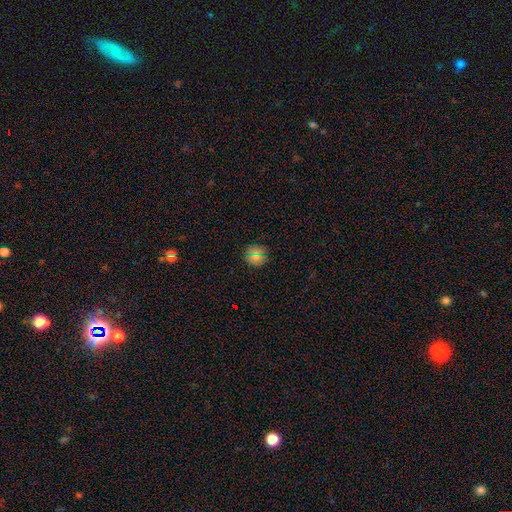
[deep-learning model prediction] A smooth galaxy with no disk features (73%) that is round (90%).

Vote fractions:
- Smooth or featured? smooth: 73% / star or artifact: 19% / featured or disk: 8%
- How rounded? round: 90% / in between: 9% / cigar-shaped: 1%
- Merging? none: 89% / minor disturbance: 7% / major disturbance: 2% / merger: 1%